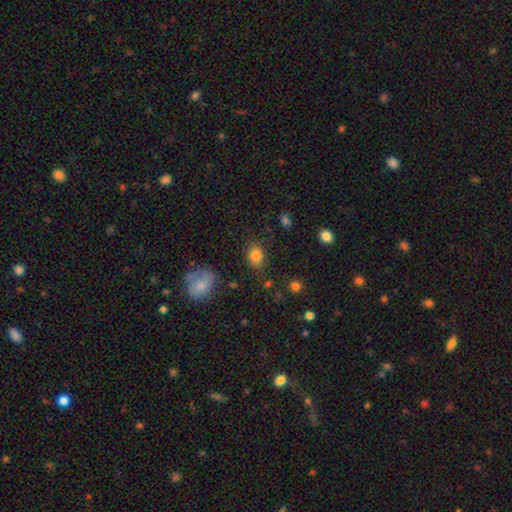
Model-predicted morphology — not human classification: smooth_or_featured: smooth (p=0.82) [alt: star or artifact p=0.11]
how_rounded: in between (p=0.63) [alt: round p=0.36]
merging: none (p=0.76) [alt: minor disturbance p=0.16]